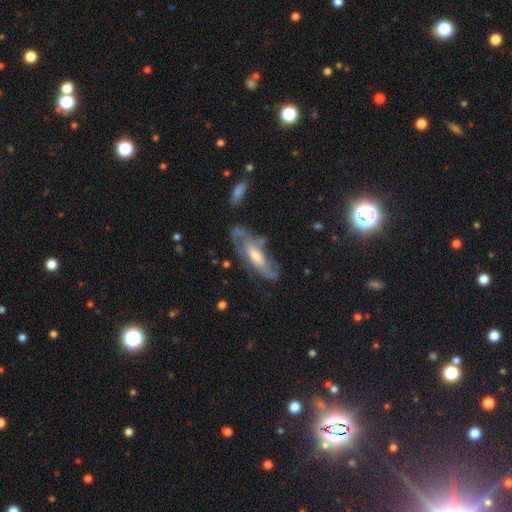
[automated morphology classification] Smooth or featured? Predicted: featured or disk (p=0.76). Edge-on disk? Predicted: no (p=0.80). Bar? Predicted: no (p=0.44). Spiral arms? Predicted: yes (p=0.85). Spiral winding? Predicted: medium (p=0.44). Spiral arm count? Predicted: 2 (p=0.57). Bulge size? Predicted: moderate (p=0.56). Merging? Predicted: none (p=0.60).